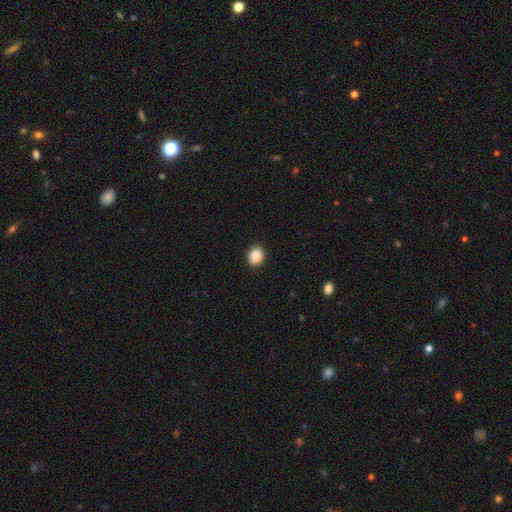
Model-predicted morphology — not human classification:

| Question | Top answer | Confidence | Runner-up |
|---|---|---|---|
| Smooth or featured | smooth | 89% | star or artifact (9%) |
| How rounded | round | 57% | in between (42%) |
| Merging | none | 91% | minor disturbance (6%) |